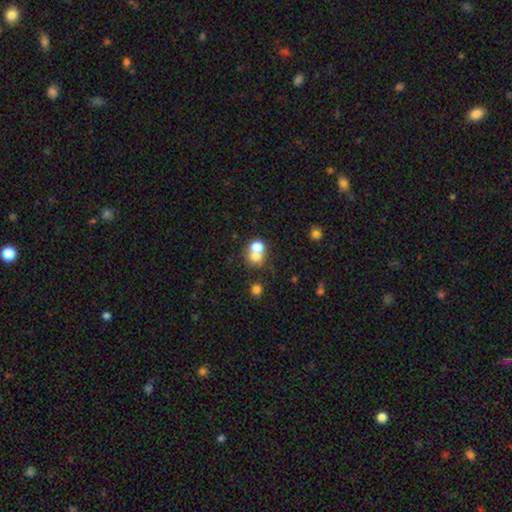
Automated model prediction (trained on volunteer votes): smooth 71%, featured or disk 16%, star or artifact 14%. Down the decision tree: how rounded — round (75%); merging — merger (57%).